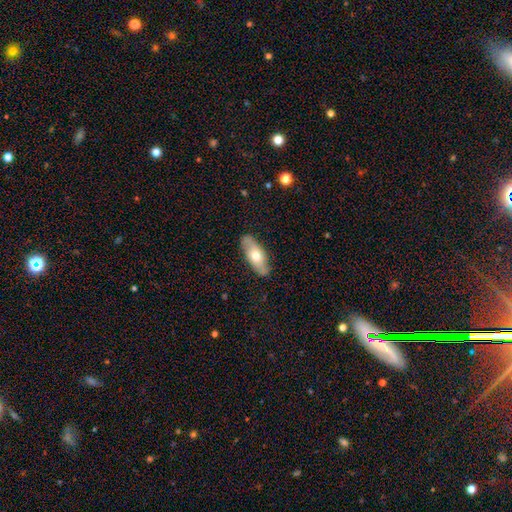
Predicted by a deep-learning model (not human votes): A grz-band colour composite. It shows a smooth galaxy with no disk features (59%) that is in between round and cigar-shaped (77%). Merging: none (84%).